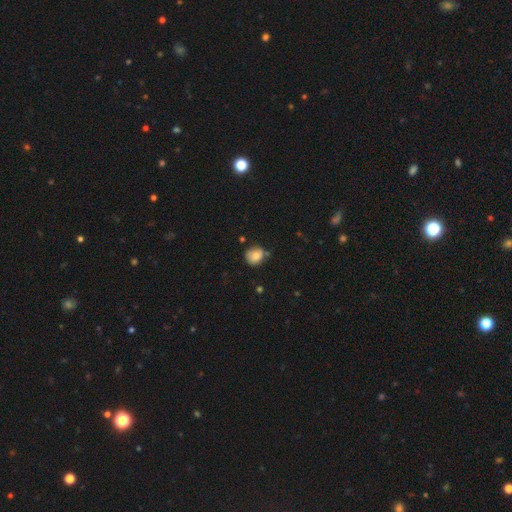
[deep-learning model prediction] Overall: smooth (80%). How rounded: round (73%). Merging: none (64%; minor disturbance 25%).